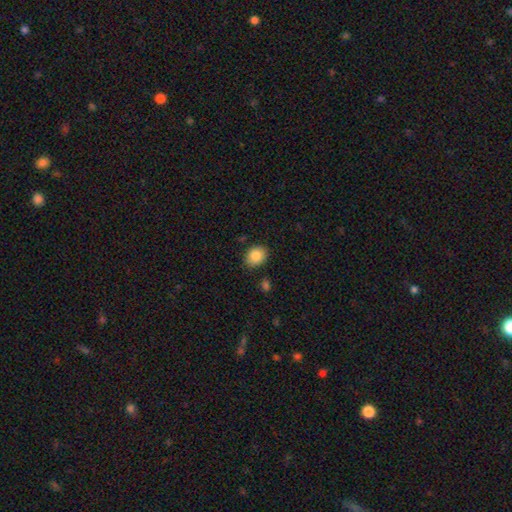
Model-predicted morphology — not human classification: smooth-or-featured: smooth: 86% | star or artifact: 8% | featured or disk: 6%
  how-rounded: in between: 55% | round: 45% | cigar-shaped: 1%
  merging: none: 85% | minor disturbance: 11% | major disturbance: 2% | merger: 2%